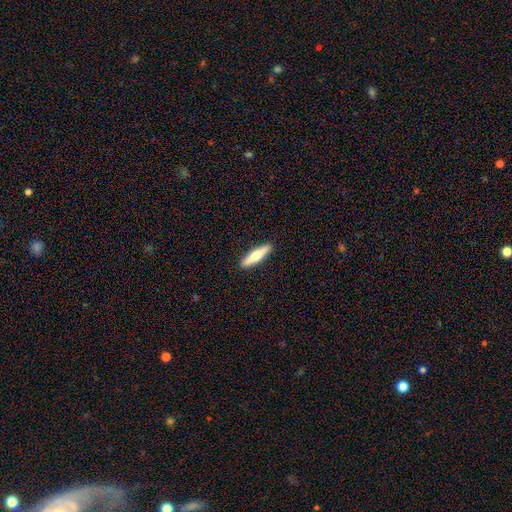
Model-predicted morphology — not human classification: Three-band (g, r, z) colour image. It shows a smooth galaxy with no disk features (48%). Merging: none (92%).